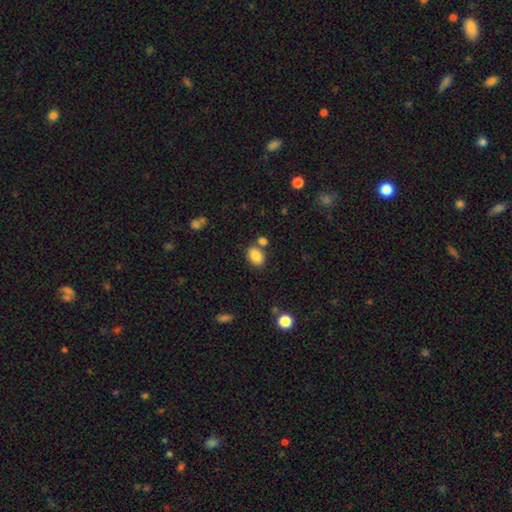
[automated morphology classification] This appears to be a smooth galaxy with no disk features (86%) that is in between round and cigar-shaped (84%). Merging: none (69%).